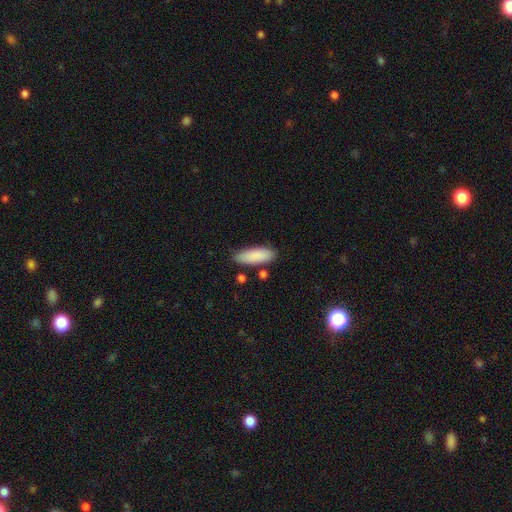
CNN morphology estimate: This is clearly a smooth galaxy (88%). How rounded: likely in between (66%). Merging: likely none (79%).